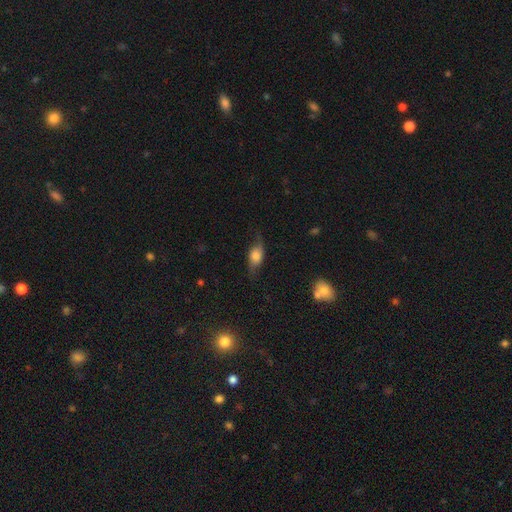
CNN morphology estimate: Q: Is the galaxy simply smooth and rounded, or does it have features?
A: smooth — 54%.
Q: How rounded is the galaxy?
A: in between — 76%.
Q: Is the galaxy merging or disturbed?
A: none — 65%.